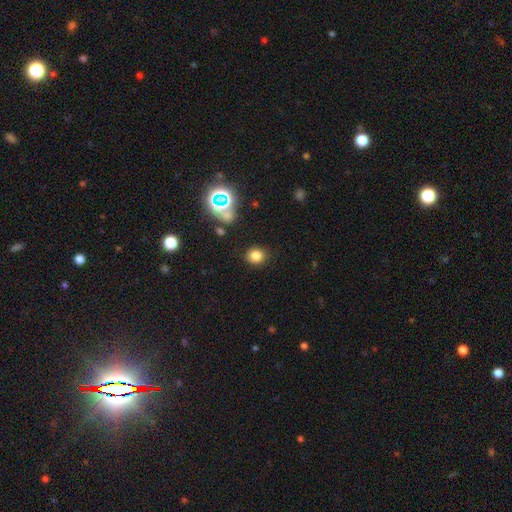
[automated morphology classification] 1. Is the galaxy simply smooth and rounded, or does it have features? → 77% smooth, 16% star or artifact, 6% featured or disk.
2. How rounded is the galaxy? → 71% round, 28% in between, 1% cigar-shaped.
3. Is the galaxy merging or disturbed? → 85% none, 9% minor disturbance, 3% major disturbance, 2% merger.